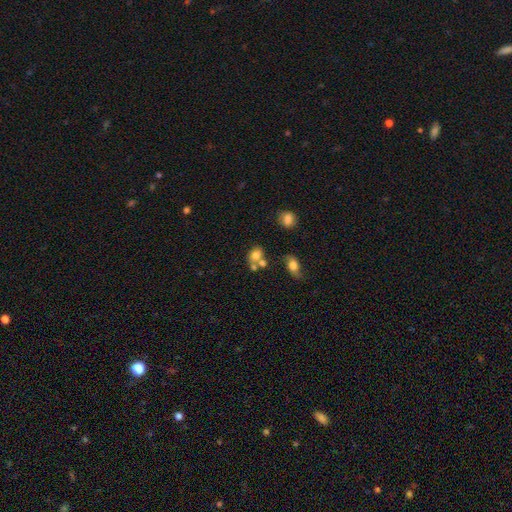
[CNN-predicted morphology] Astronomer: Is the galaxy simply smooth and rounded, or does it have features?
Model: smooth — 73%.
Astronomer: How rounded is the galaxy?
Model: round — 56% (runner-up: in between, 42%).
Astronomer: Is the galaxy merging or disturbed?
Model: none — 44% (runner-up: merger, 39%).